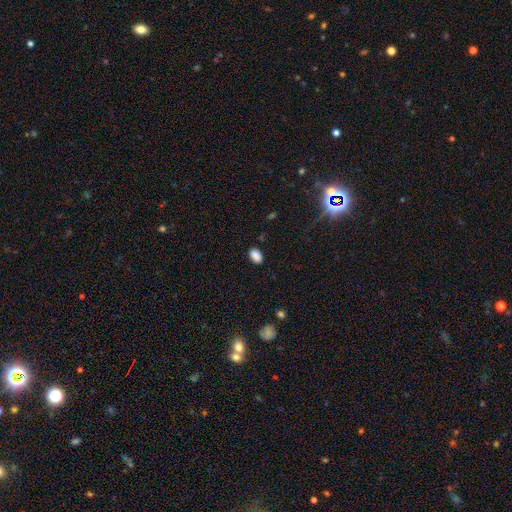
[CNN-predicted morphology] Smooth or featured: smooth — 87% (star or artifact — 9%)
How rounded: in between — 91% (round — 7%)
Merging: none — 85% (minor disturbance — 11%)